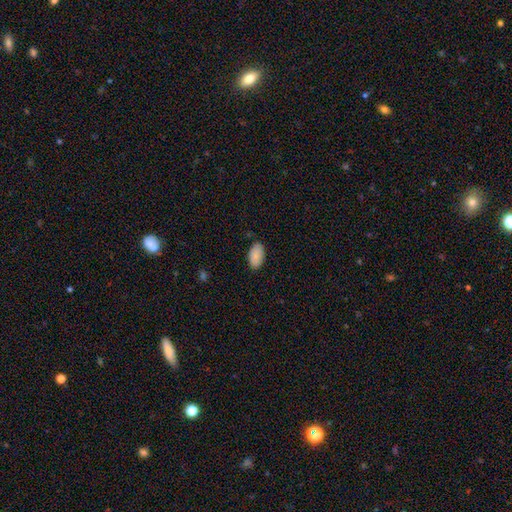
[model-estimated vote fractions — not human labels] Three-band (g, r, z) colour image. It shows a smooth galaxy with no disk features (88%) that is in between round and cigar-shaped (95%). Merging: none (85%).